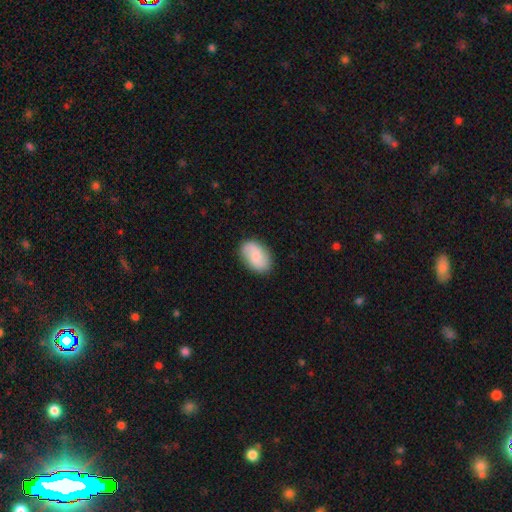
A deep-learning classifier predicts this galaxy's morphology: This appears to be a smooth galaxy with no disk features (59%) that is in between round and cigar-shaped (89%). Merging: none (83%).